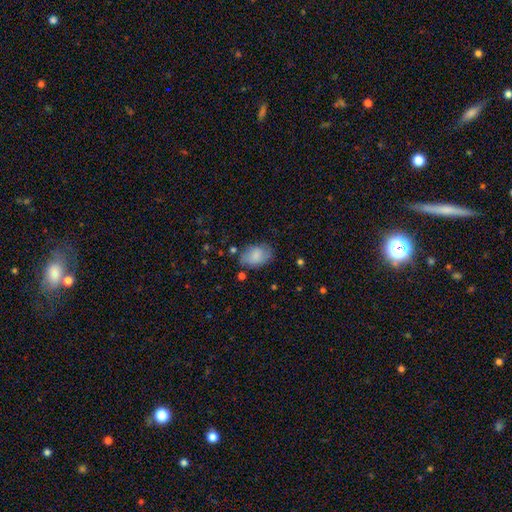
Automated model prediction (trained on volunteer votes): A smooth galaxy with no disk features (80%) that is in between round and cigar-shaped (86%). Merging: none (65%).